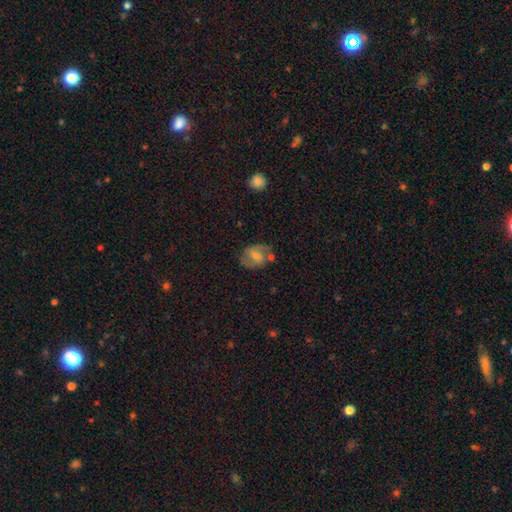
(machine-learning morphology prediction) This is possibly a featured or disk galaxy (52%). It is clearly not viewed edge-on (96%). Merging: possibly none (59%).